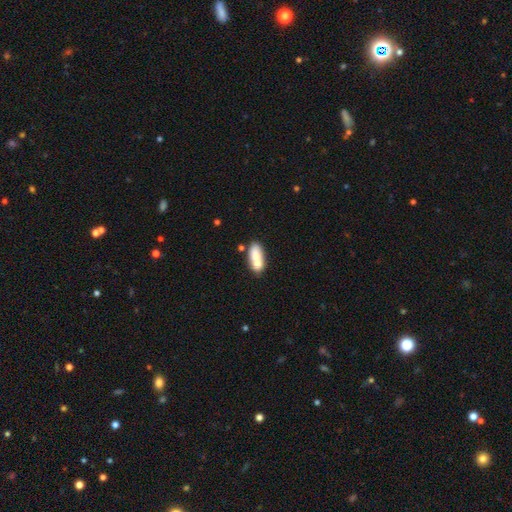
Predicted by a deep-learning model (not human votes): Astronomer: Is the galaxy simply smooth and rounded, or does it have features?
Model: smooth — 71%.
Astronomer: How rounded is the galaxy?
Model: in between — 77%.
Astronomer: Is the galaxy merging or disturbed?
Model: merger — 44% (runner-up: none, 37%).